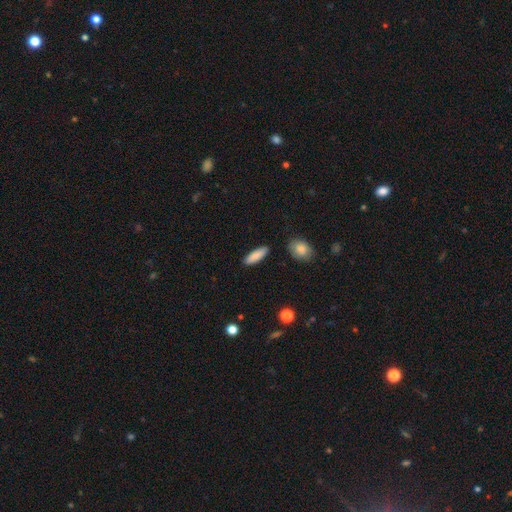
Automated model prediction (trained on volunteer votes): This is clearly a smooth galaxy (86%). How rounded: possibly in between (51%). Merging: clearly none (87%).